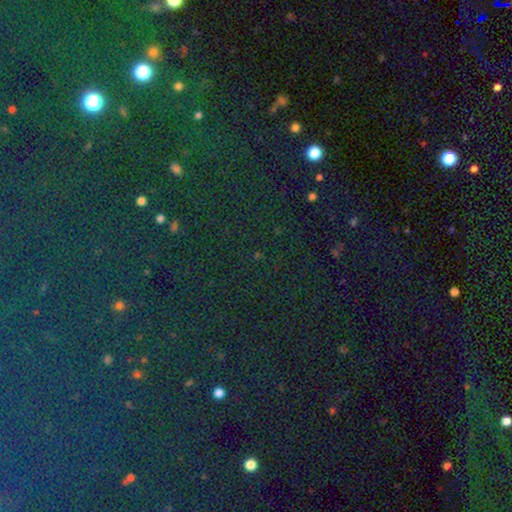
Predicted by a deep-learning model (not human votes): Smooth or featured?
  - star or artifact: 80% *
  - smooth: 12%
  - featured or disk: 8%